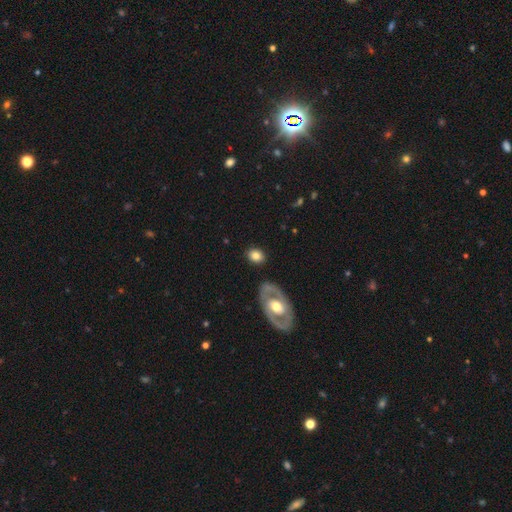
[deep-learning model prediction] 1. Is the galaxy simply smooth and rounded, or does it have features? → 74% smooth, 18% featured or disk, 8% star or artifact.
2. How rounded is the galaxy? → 57% in between, 42% round, 1% cigar-shaped.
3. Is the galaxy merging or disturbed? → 82% none, 10% minor disturbance, 4% major disturbance, 4% merger.